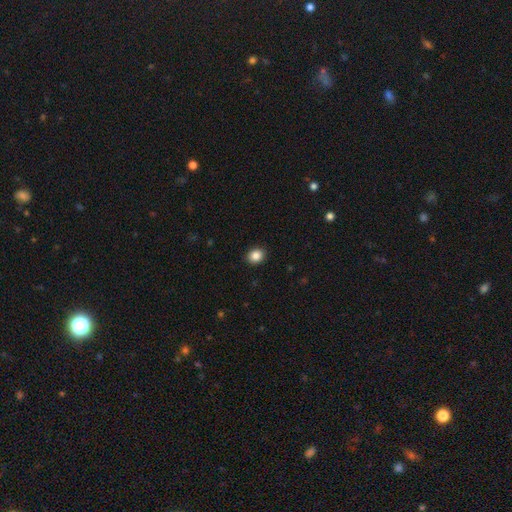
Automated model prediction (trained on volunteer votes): Overall: smooth (86%). How rounded: round (59%; in between 40%). Merging: none (91%).